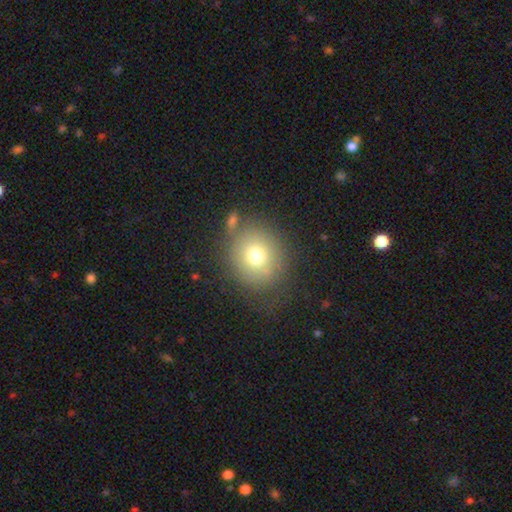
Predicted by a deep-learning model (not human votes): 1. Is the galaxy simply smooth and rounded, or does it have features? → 72% smooth, 14% featured or disk, 13% star or artifact.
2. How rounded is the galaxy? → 85% round, 14% in between, 1% cigar-shaped.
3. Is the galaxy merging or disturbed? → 73% none, 14% minor disturbance, 8% major disturbance, 6% merger.